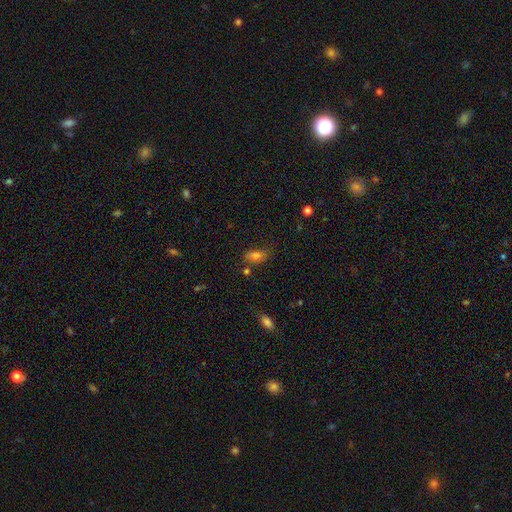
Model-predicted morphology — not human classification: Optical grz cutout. It shows a smooth galaxy with no disk features (75%) that is in between round and cigar-shaped (83%). Merging: none (64%).